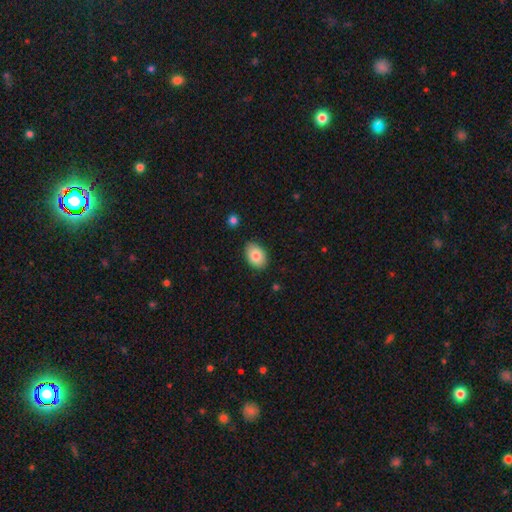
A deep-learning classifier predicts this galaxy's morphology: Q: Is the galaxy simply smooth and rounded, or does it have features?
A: smooth — 83%.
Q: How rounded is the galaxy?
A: in between — 85%.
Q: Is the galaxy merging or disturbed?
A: none — 83%.